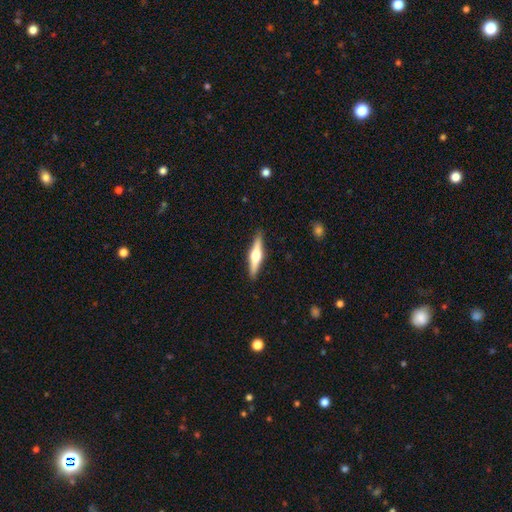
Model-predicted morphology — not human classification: type=featured or disk (65%); edge-on=yes (97%); edge-on bulge=rounded (93%); merging=none (91%).